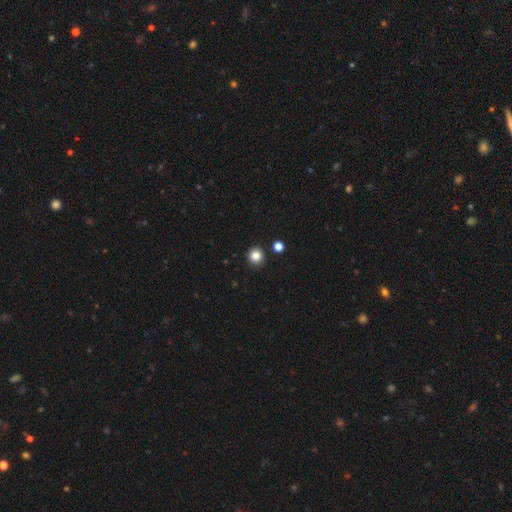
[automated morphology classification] Smooth or featured? smooth (85%)
How rounded? round (94%)
Merging? none (90%)